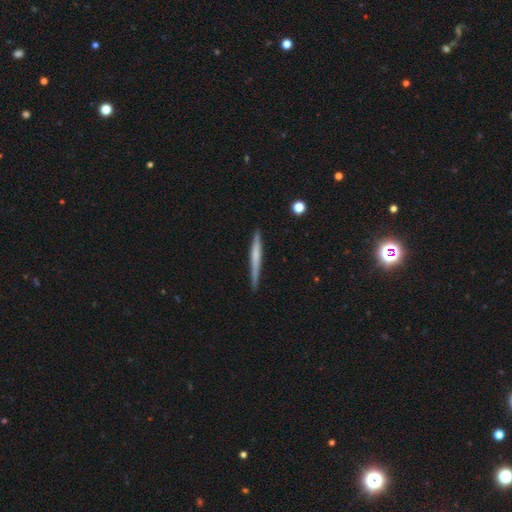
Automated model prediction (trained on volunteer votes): A smooth galaxy with no disk features (48%). Merging: none (86%).